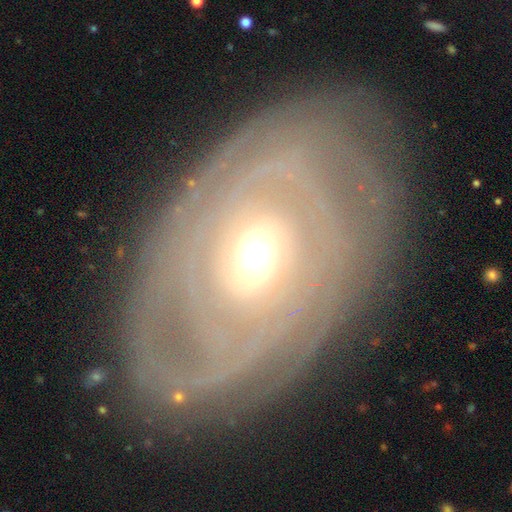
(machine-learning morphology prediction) A featured or disk galaxy (81%) with no bar (69%), tight (77%) spiral arms (77%) and a moderate central bulge (70%). Merging: none (78%).